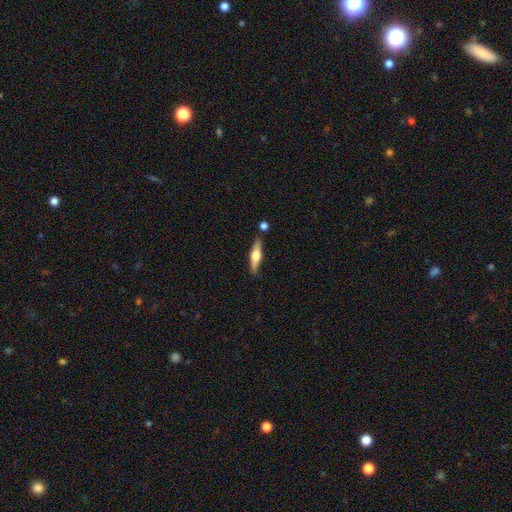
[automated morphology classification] The model was most divided on "smooth or featured": featured or disk: 57%, smooth: 38%, star or artifact: 5%. More confident: edge-on disk — yes (95%); edge-on bulge — rounded (93%); merging — none (83%).